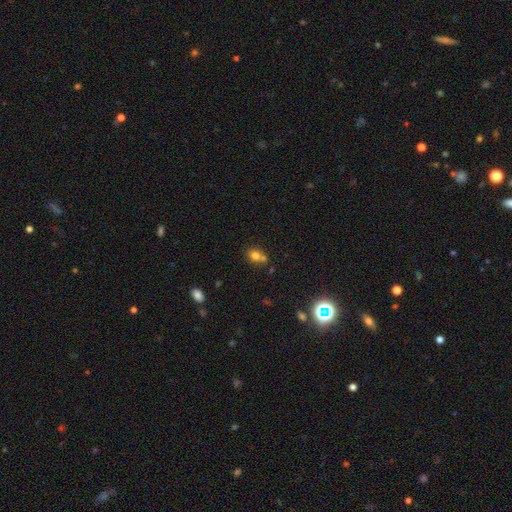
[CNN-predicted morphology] smooth_or_featured: smooth (p=0.75) [alt: star or artifact p=0.14]
how_rounded: round (p=0.65) [alt: in between p=0.34]
merging: none (p=0.48) [alt: merger p=0.37]